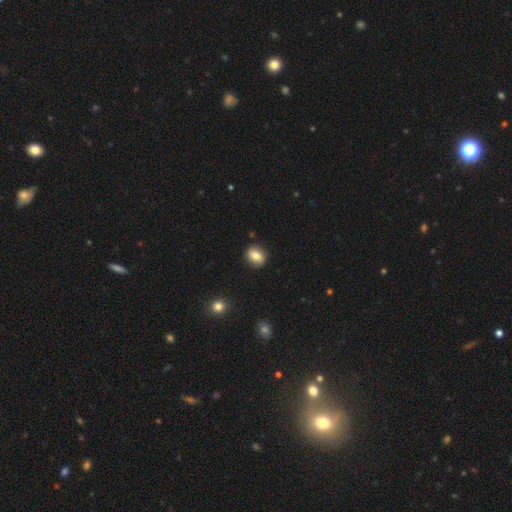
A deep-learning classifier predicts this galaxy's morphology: The model was most divided on "how rounded": in between: 50%, round: 49%, cigar-shaped: 1%. More confident: merging — none (89%); smooth or featured — smooth (80%).